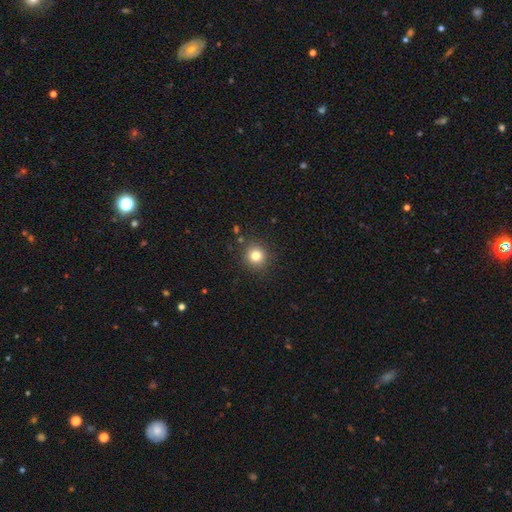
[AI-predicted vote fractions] Q: Smooth or featured?
A: smooth (80%); runner-up: star or artifact (13%)
Q: How rounded?
A: round (92%); runner-up: in between (7%)
Q: Merging?
A: none (89%); runner-up: minor disturbance (7%)